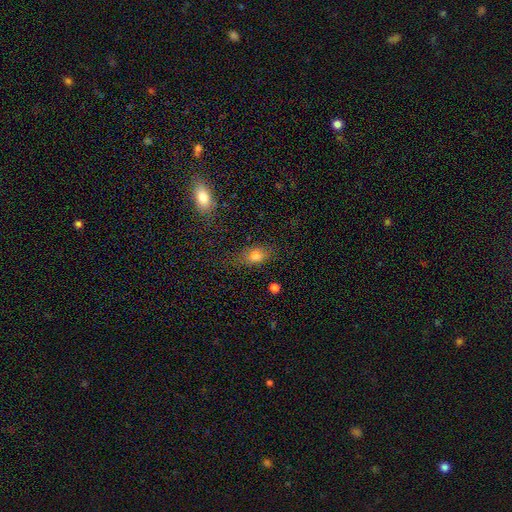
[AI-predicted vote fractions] A smooth galaxy with no disk features (75%) that is in between round and cigar-shaped (75%). Merging: none (73%).